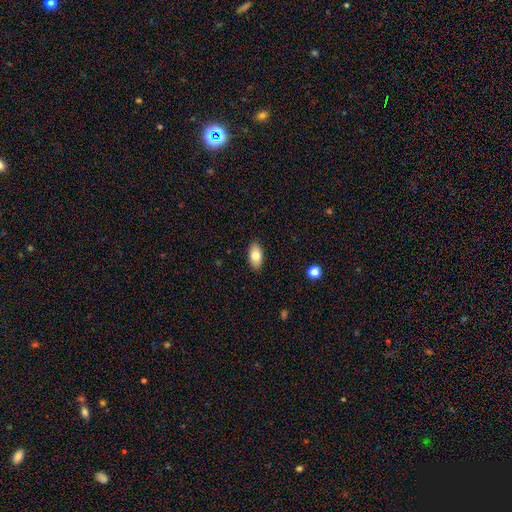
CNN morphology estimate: This appears to be a smooth galaxy with no disk features (78%) that is in between round and cigar-shaped (92%). Merging: none (89%).